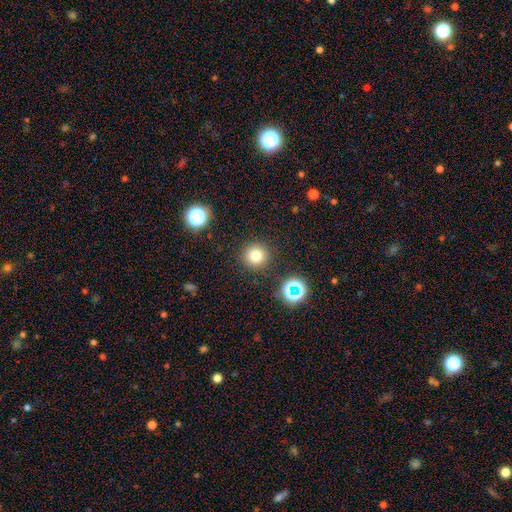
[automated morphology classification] Smooth or featured: smooth — 75% (star or artifact — 17%)
How rounded: round — 95% (in between — 4%)
Merging: none — 88% (minor disturbance — 6%)